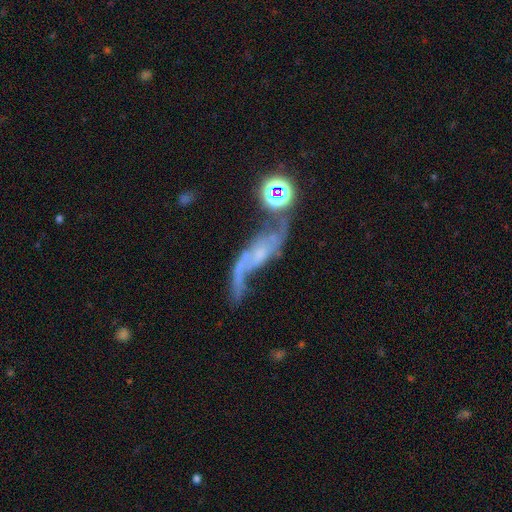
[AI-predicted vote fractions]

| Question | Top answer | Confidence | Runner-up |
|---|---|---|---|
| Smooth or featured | featured or disk | 73% | star or artifact (14%) |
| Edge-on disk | no | 84% | yes (16%) |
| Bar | no | 57% | weak (31%) |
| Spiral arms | yes | 86% | no (14%) |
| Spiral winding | loose | 72% | medium (20%) |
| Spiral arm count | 2 | 82% | 1 (7%) |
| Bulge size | small | 61% | none (18%) |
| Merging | none | 37% | major disturbance (25%) |